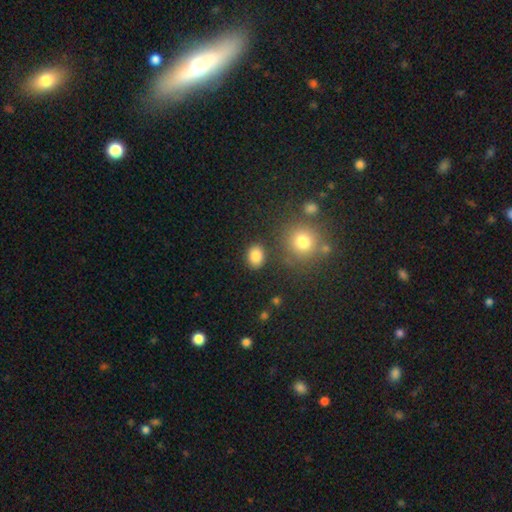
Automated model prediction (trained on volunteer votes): Smooth or featured: smooth — 85% (star or artifact — 11%)
How rounded: in between — 55% (round — 44%)
Merging: none — 84% (minor disturbance — 9%)